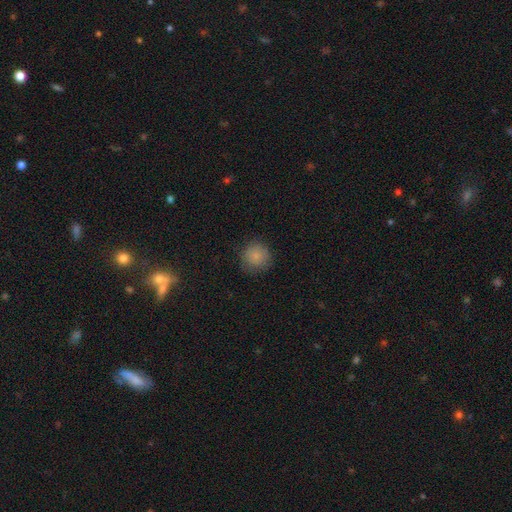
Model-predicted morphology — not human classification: The model was most divided on "merging": none: 81%, minor disturbance: 14%, major disturbance: 4%, merger: 1%. More confident: how rounded — round (93%); smooth or featured — smooth (84%).